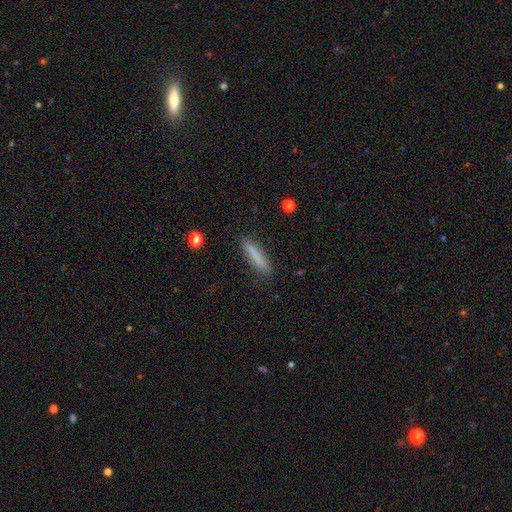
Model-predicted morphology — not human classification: Q: Smooth or featured?
A: smooth (77%); runner-up: featured or disk (15%)
Q: How rounded?
A: cigar-shaped (90%); runner-up: in between (9%)
Q: Merging?
A: none (87%); runner-up: minor disturbance (9%)